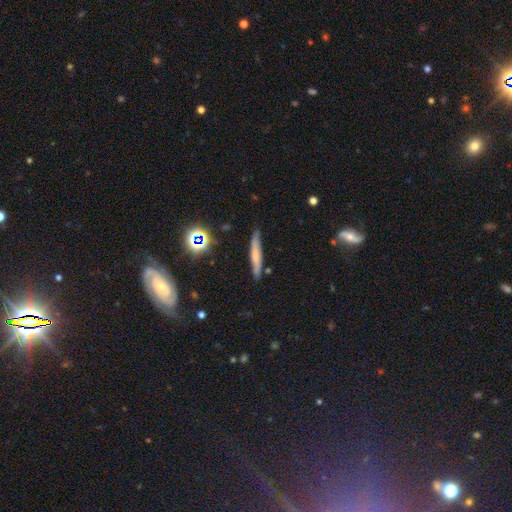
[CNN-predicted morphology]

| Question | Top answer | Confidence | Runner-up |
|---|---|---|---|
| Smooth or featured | smooth | 54% | featured or disk (35%) |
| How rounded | cigar-shaped | 92% | in between (6%) |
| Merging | none | 81% | minor disturbance (14%) |